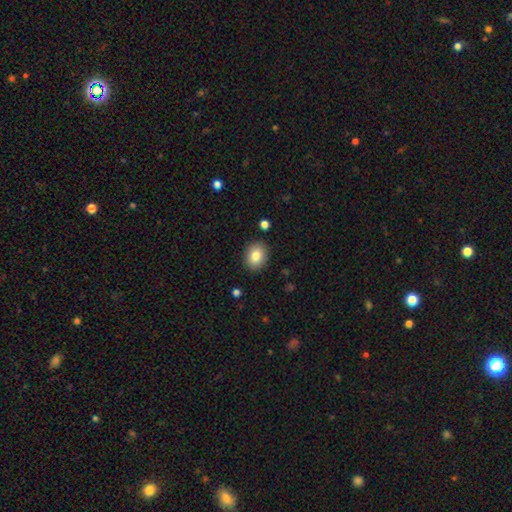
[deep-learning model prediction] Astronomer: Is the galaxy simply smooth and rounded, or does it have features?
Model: smooth — 83%.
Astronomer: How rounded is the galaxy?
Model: in between — 53% (runner-up: round, 46%).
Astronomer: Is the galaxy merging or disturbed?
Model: none — 89%.